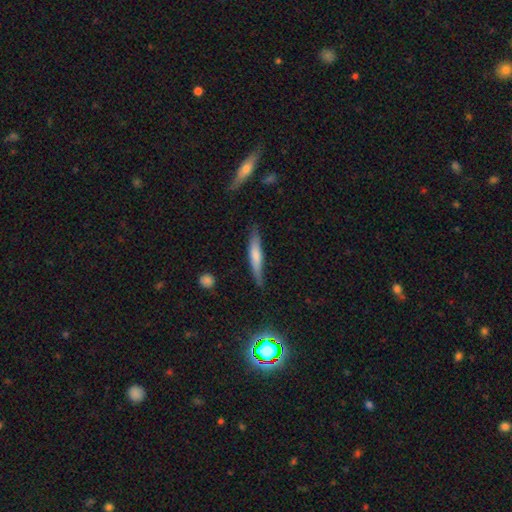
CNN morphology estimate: The model was most divided on "smooth or featured": smooth: 63%, featured or disk: 31%, star or artifact: 6%. More confident: how rounded — cigar-shaped (89%); merging — none (77%).